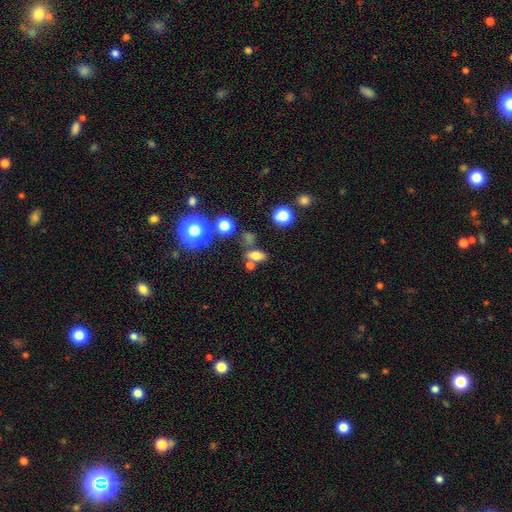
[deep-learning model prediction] A smooth galaxy with no disk features (70%) that is in between round and cigar-shaped (69%).

Vote fractions:
- Smooth or featured? smooth: 70% / star or artifact: 17% / featured or disk: 13%
- How rounded? in between: 69% / round: 20% / cigar-shaped: 11%
- Merging? none: 64% / merger: 17% / minor disturbance: 13% / major disturbance: 6%